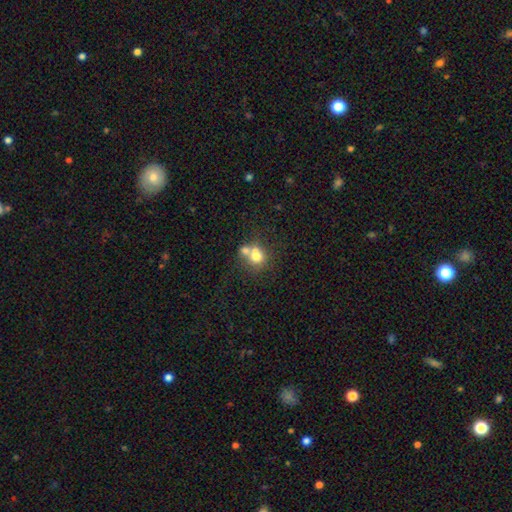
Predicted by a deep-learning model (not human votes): Q: Smooth or featured?
A: smooth (69%); runner-up: featured or disk (19%)
Q: How rounded?
A: round (75%); runner-up: in between (24%)
Q: Merging?
A: merger (54%); runner-up: none (34%)